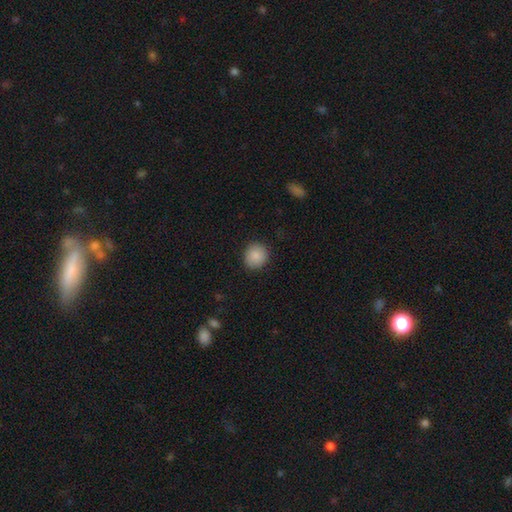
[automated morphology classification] Smooth or featured: smooth — 88% (star or artifact — 8%)
How rounded: round — 88% (in between — 11%)
Merging: none — 89% (minor disturbance — 8%)